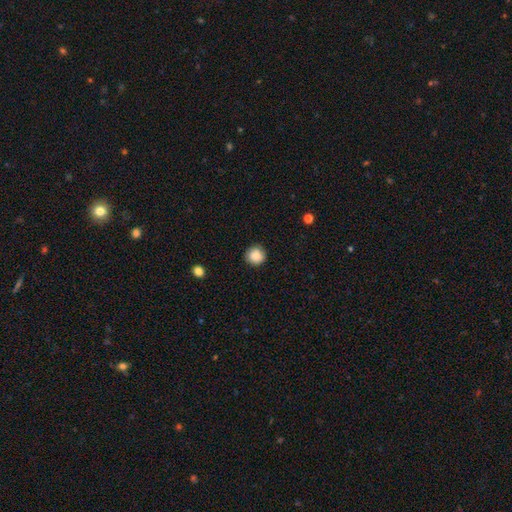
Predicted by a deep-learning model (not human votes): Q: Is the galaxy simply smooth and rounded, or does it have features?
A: smooth — 87%.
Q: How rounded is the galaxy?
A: round — 94%.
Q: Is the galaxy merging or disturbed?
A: none — 89%.